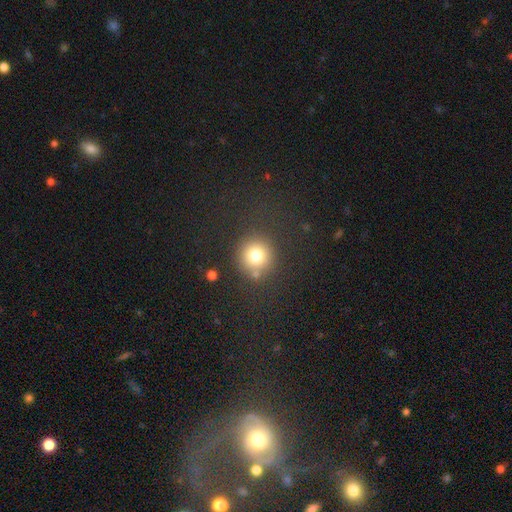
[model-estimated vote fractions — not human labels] This appears to be a smooth galaxy with no disk features (79%) that is round (93%). Merging: none (81%).